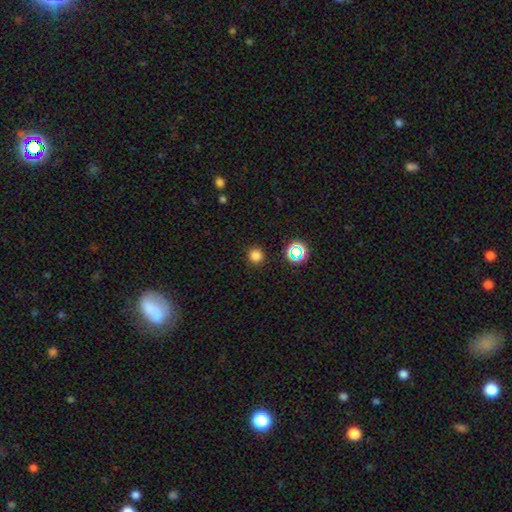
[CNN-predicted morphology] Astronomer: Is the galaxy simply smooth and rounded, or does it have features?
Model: smooth — 78%.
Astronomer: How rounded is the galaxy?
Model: round — 94%.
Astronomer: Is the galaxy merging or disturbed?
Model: none — 90%.